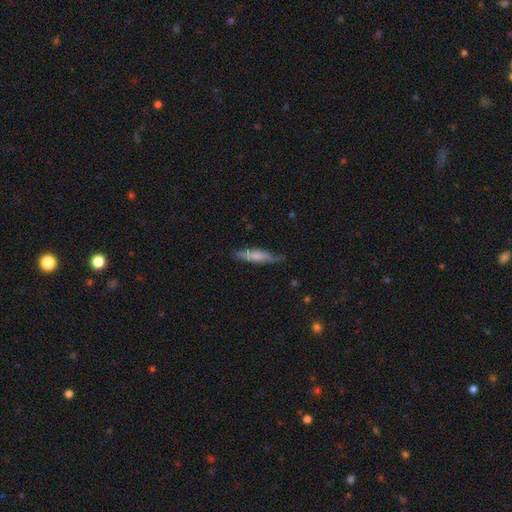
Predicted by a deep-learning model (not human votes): Q: Smooth or featured?
A: smooth (65%); runner-up: featured or disk (29%)
Q: How rounded?
A: cigar-shaped (81%); runner-up: in between (17%)
Q: Merging?
A: none (72%); runner-up: minor disturbance (22%)